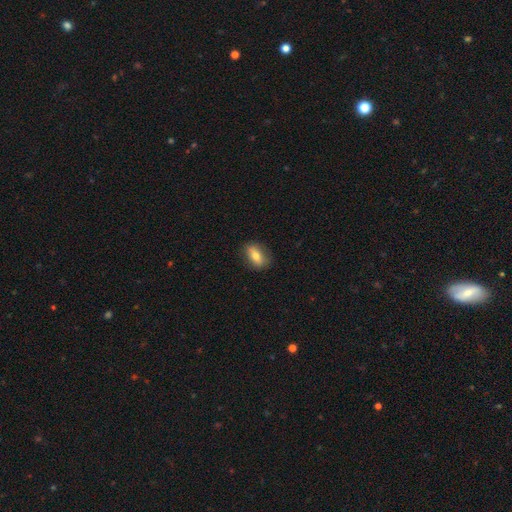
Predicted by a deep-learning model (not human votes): This is likely a smooth galaxy (68%). How rounded: likely in between (78%). Merging: clearly none (83%).